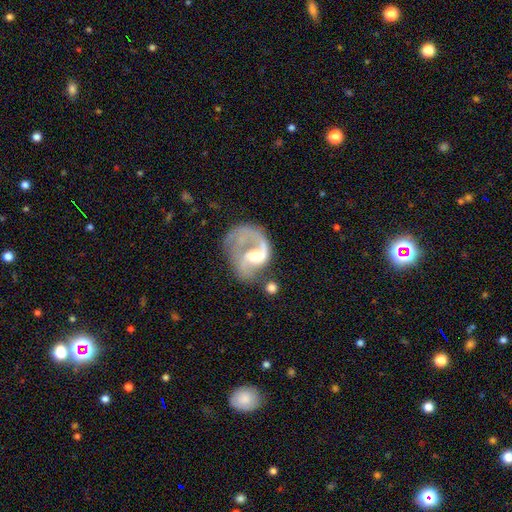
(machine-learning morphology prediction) Q: Smooth or featured?
A: featured or disk (83%); runner-up: smooth (11%)
Q: Edge-on disk?
A: no (98%); runner-up: yes (2%)
Q: Bar?
A: weak (44%); tied with: no (44%)
Q: Spiral arms?
A: yes (90%); runner-up: no (10%)
Q: Spiral winding?
A: loose (50%); runner-up: medium (39%)
Q: Spiral arm count?
A: 2 (48%); runner-up: 1 (42%)
Q: Bulge size?
A: moderate (59%); runner-up: small (27%)
Q: Merging?
A: major disturbance (37%); runner-up: none (33%)